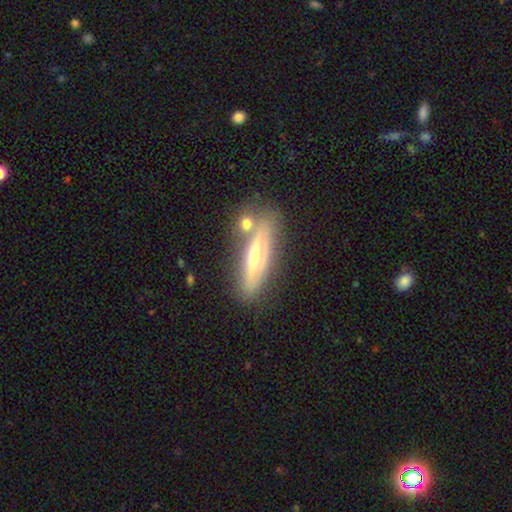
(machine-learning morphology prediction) A featured or disk galaxy (57%) viewed edge-on (85%). Merging: none (73%).